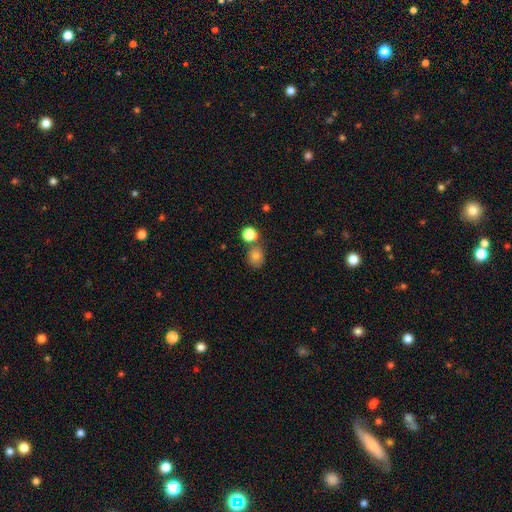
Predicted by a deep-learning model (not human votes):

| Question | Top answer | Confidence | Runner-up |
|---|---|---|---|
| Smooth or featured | smooth | 78% | star or artifact (13%) |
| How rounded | round | 70% | in between (29%) |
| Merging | none | 67% | merger (19%) |